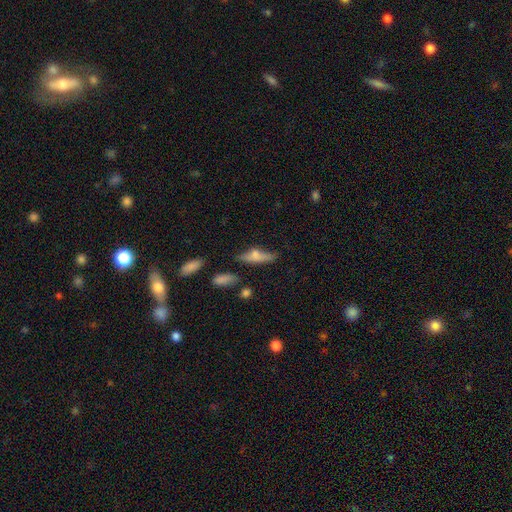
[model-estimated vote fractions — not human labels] smooth 59%, featured or disk 32%, star or artifact 9%. Down the decision tree: how rounded — cigar-shaped (53%); merging — none (53%).